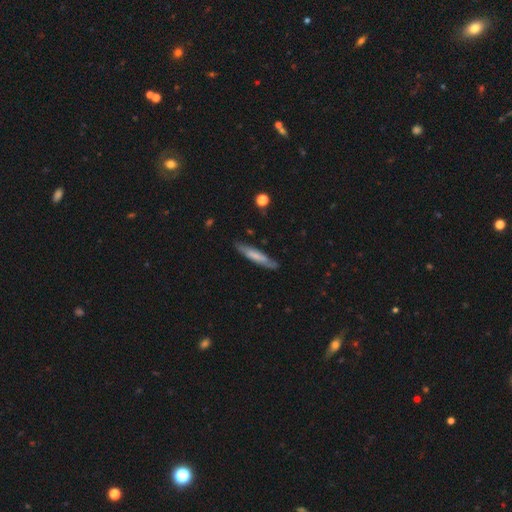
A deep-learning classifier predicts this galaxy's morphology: The model was most divided on "smooth or featured": smooth: 58%, featured or disk: 36%, star or artifact: 6%. More confident: how rounded — cigar-shaped (89%); merging — none (81%).